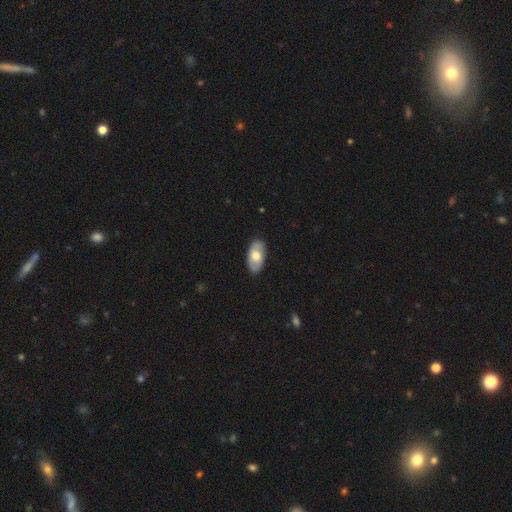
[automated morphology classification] smooth_or_featured: smooth (p=0.57) [alt: featured or disk p=0.37]
how_rounded: in between (p=0.94) [alt: round p=0.04]
merging: none (p=0.85) [alt: minor disturbance p=0.11]